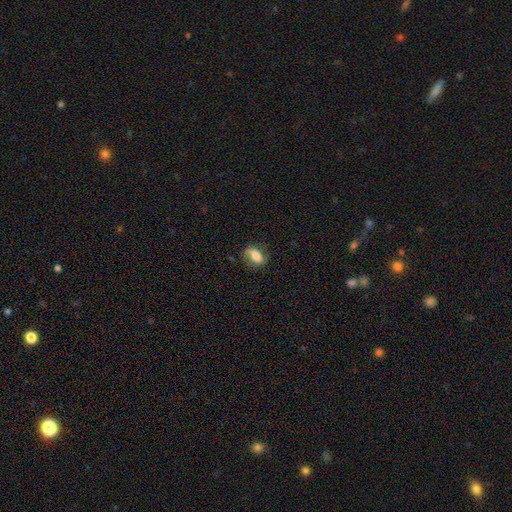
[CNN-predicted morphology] A smooth galaxy with no disk features (55%) that is in between round and cigar-shaped (78%). Merging: none (67%).